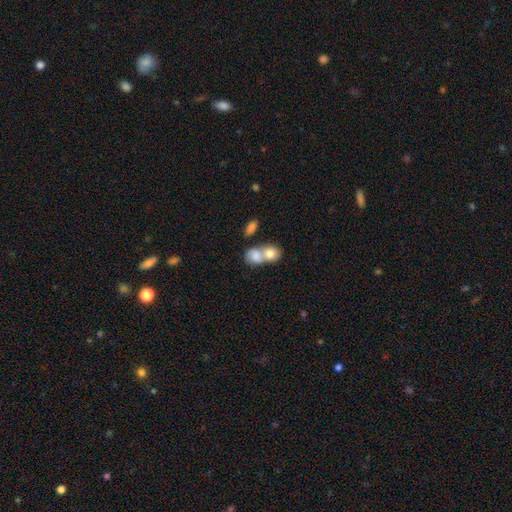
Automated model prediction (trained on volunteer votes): A smooth galaxy with no disk features (77%) that is in between round and cigar-shaped (52%). Merging: merger (70%).